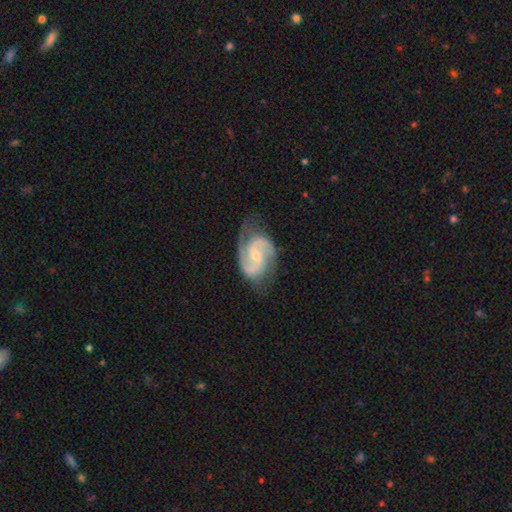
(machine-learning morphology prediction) type=featured or disk (92%); edge-on=no (98%); bar=weak (46%); spiral arms=yes (98%); winding=medium (59%); arm count=2 (91%); bulge=small (58%); merging=none (72%).